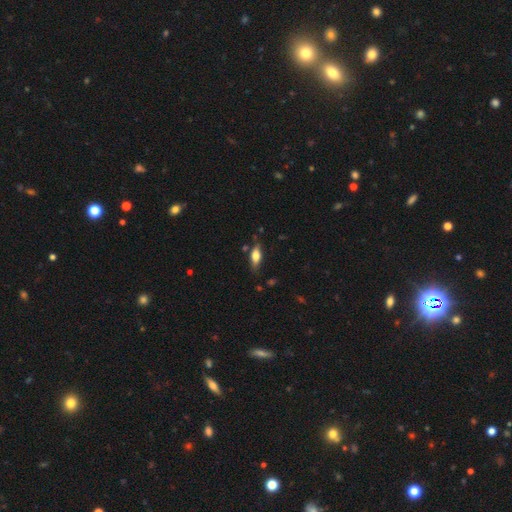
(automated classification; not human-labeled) smooth_or_featured: smooth (p=0.68) [alt: featured or disk p=0.24]
how_rounded: in between (p=0.72) [alt: cigar-shaped p=0.25]
merging: none (p=0.74) [alt: minor disturbance p=0.19]